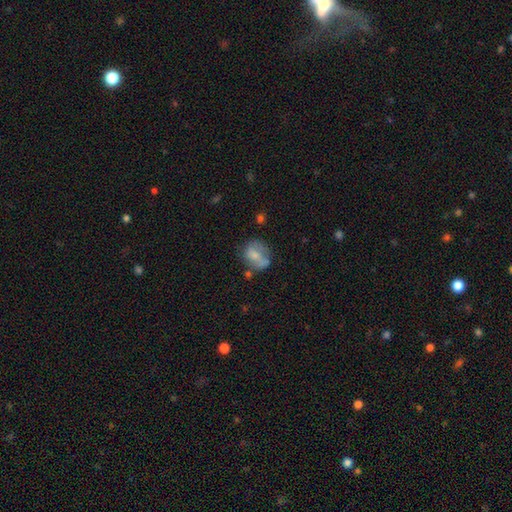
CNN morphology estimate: smooth_or_featured: smooth (p=0.57) [alt: featured or disk p=0.33]
how_rounded: in between (p=0.50) [alt: round p=0.48]
merging: none (p=0.44) [alt: minor disturbance p=0.26]